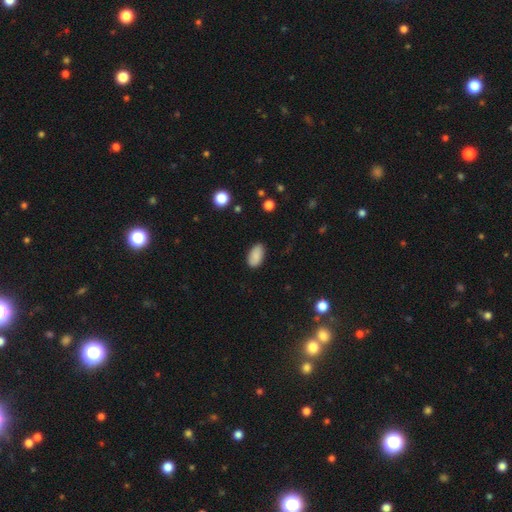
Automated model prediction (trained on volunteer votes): Overall: smooth (88%). How rounded: in between (94%). Merging: none (84%).